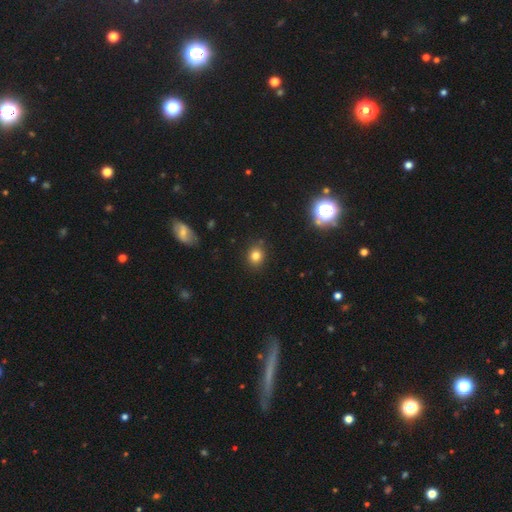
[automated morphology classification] Q: Smooth or featured?
A: smooth (81%); runner-up: star or artifact (13%)
Q: How rounded?
A: round (71%); runner-up: in between (28%)
Q: Merging?
A: none (86%); runner-up: minor disturbance (10%)